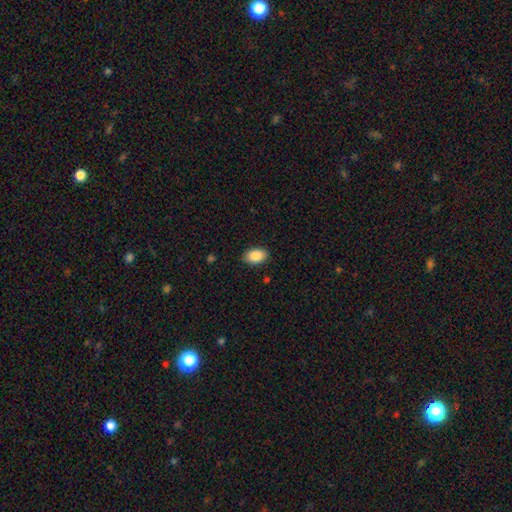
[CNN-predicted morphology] This appears to be a smooth galaxy with no disk features (88%) that is in between round and cigar-shaped (90%). Merging: none (88%).